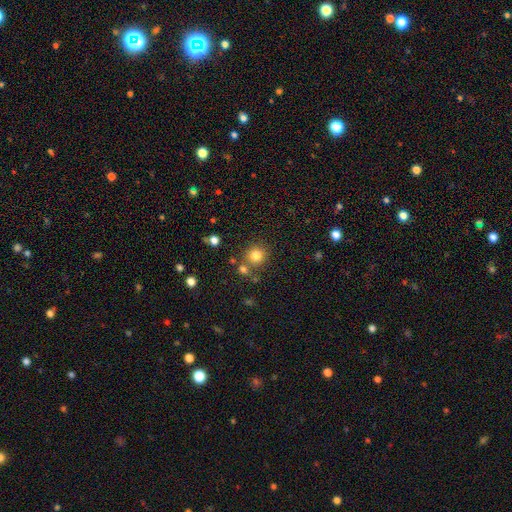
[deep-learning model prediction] A smooth galaxy with no disk features (80%) that is round (91%). Merging: none (74%).